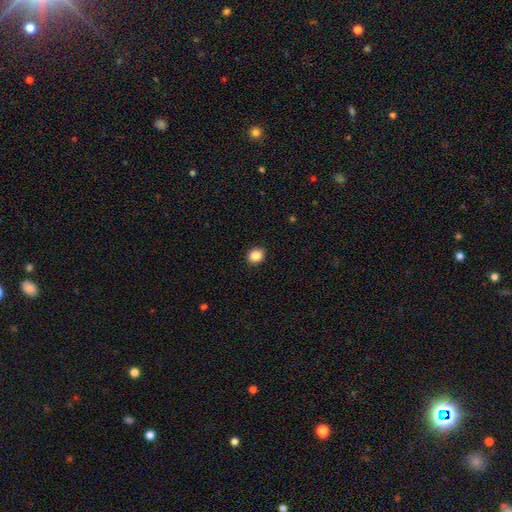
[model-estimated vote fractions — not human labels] Smooth or featured?
  - smooth: 87% *
  - star or artifact: 10%
  - featured or disk: 3%
How rounded?
  - round: 67% *
  - in between: 32%
  - cigar-shaped: 1%
Merging?
  - none: 90% *
  - minor disturbance: 7%
  - major disturbance: 2%
  - merger: 1%